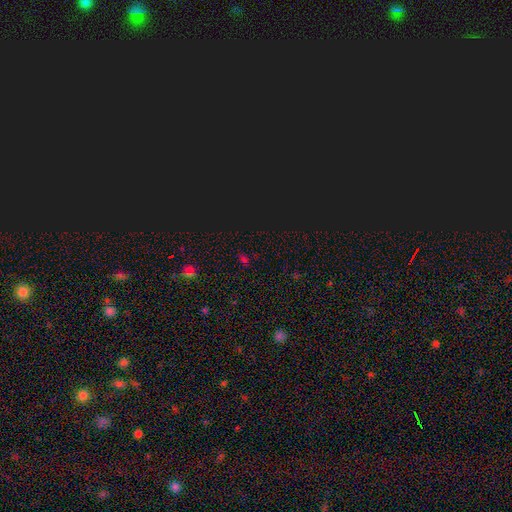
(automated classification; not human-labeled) Morphology: type=star or artifact (63%).